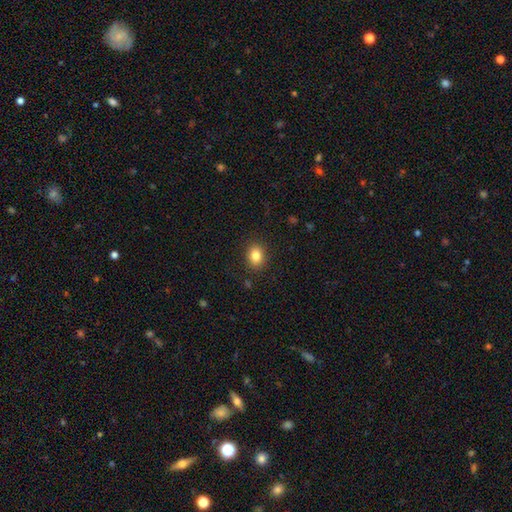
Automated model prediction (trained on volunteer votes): This appears to be a smooth galaxy with no disk features (84%) that is in between round and cigar-shaped (51%). Merging: none (88%).